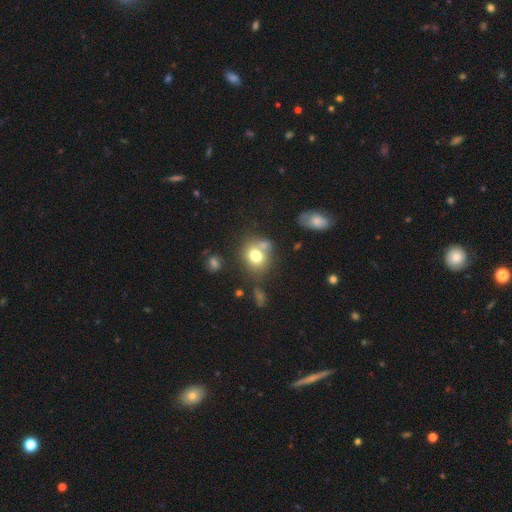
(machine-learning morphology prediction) This is likely a smooth galaxy (75%). How rounded: likely round (65%). Merging: possibly none (54%).